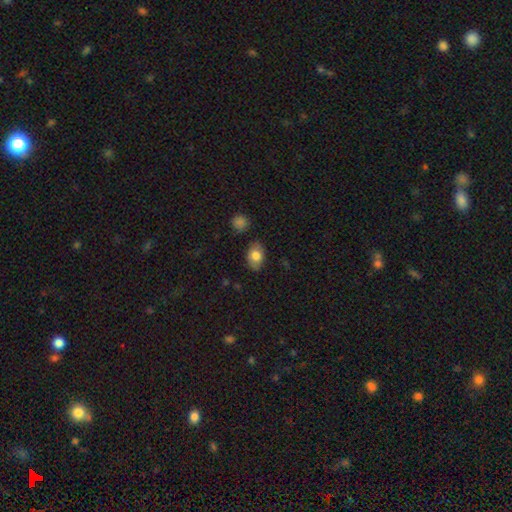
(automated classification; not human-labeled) Q: Smooth or featured?
A: smooth (77%); runner-up: featured or disk (15%)
Q: How rounded?
A: in between (83%); runner-up: round (16%)
Q: Merging?
A: none (81%); runner-up: minor disturbance (14%)